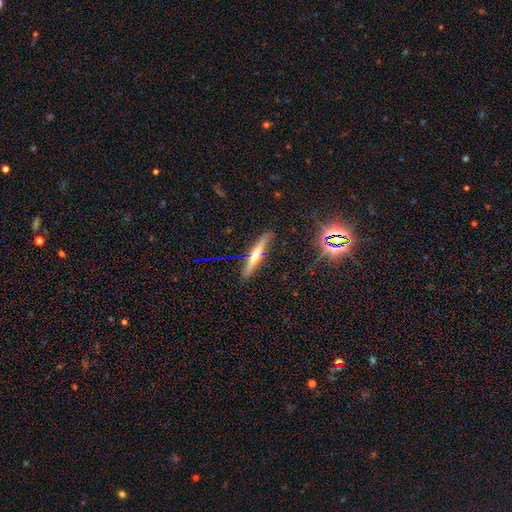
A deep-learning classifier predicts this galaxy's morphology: A featured or disk galaxy (58%) viewed edge-on (96%) with a rounded central bulge (85%).

Vote fractions:
- Smooth or featured? featured or disk: 58% / smooth: 32% / star or artifact: 10%
- Edge-on disk? yes: 96% / no: 4%
- Edge-on bulge? rounded: 85% / none: 10% / boxy: 4%
- Merging? none: 88% / minor disturbance: 8% / major disturbance: 2% / merger: 2%